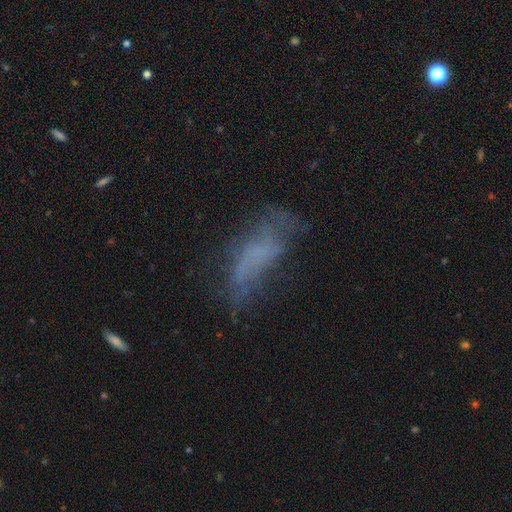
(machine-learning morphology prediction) Overall: featured or disk (42%; smooth 41%). Merging: none (40%; major disturbance 31%).